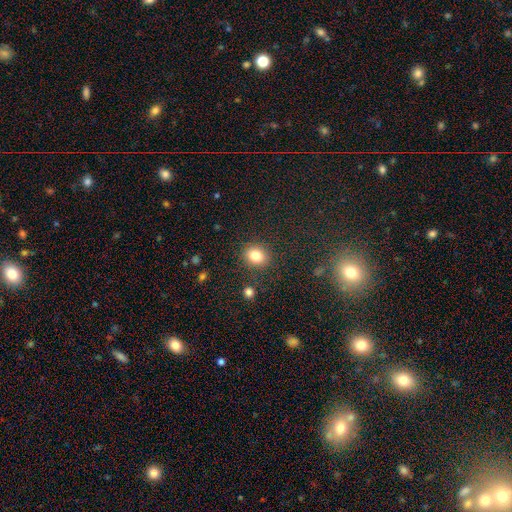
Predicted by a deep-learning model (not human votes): This is clearly a smooth galaxy (83%). How rounded: possibly round (59%). Merging: clearly none (83%).